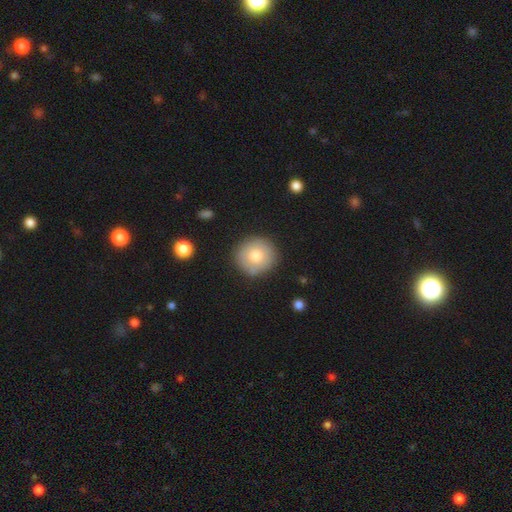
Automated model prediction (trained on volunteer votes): A smooth galaxy with no disk features (77%) that is round (91%). Merging: none (87%).